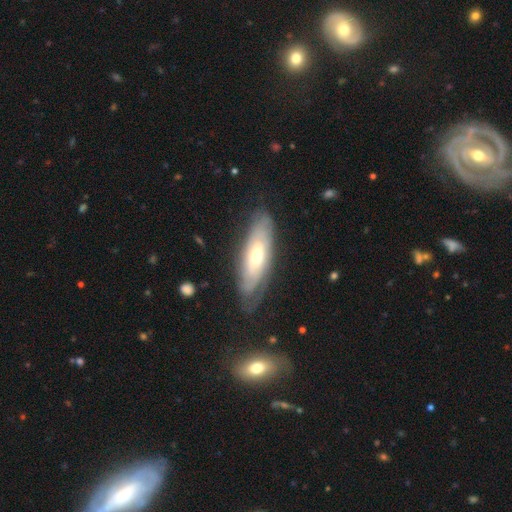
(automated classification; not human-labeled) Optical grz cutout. It shows a featured or disk galaxy (63%). Merging: none (77%).